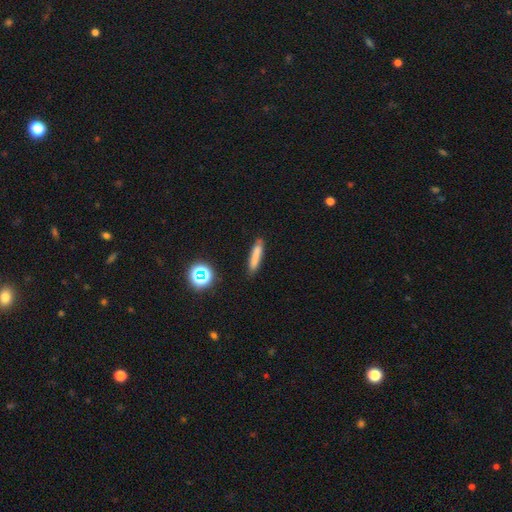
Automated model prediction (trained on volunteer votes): Smooth or featured?
  - smooth: 76% *
  - featured or disk: 13%
  - star or artifact: 11%
How rounded?
  - cigar-shaped: 88% *
  - in between: 10%
  - round: 2%
Merging?
  - none: 83% *
  - minor disturbance: 12%
  - major disturbance: 3%
  - merger: 2%